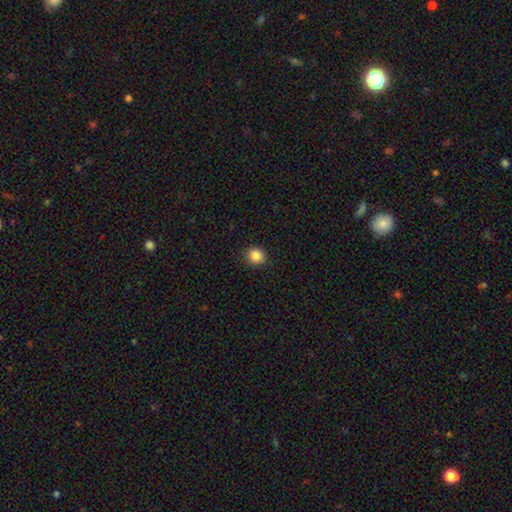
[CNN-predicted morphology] Smooth or featured: smooth — 86% (star or artifact — 11%)
How rounded: round — 87% (in between — 12%)
Merging: none — 90% (minor disturbance — 7%)